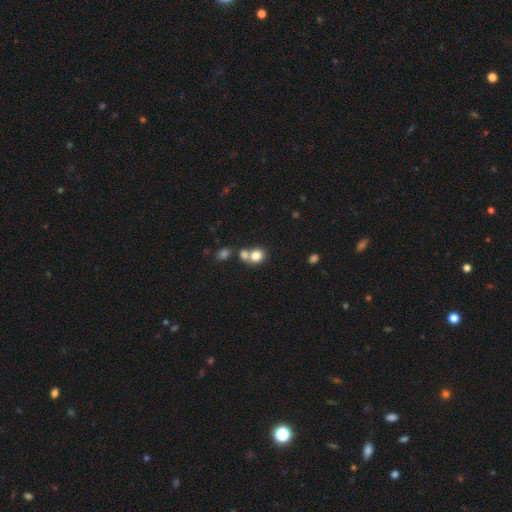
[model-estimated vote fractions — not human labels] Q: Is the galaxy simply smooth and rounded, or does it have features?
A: smooth — 79%.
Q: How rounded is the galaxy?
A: round — 73%.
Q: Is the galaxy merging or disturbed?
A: merger — 46%.